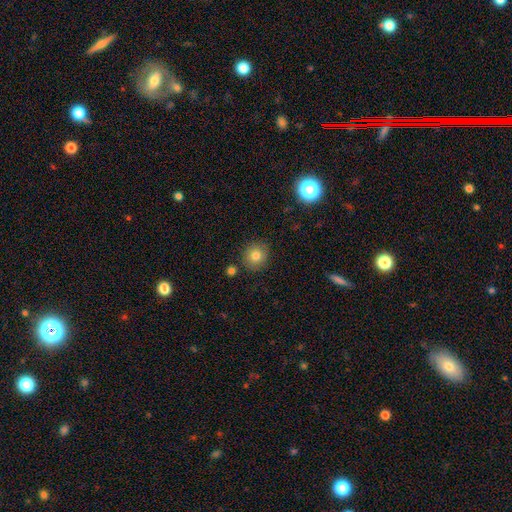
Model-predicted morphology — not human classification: Overall: smooth (80%). How rounded: round (88%). Merging: none (86%).